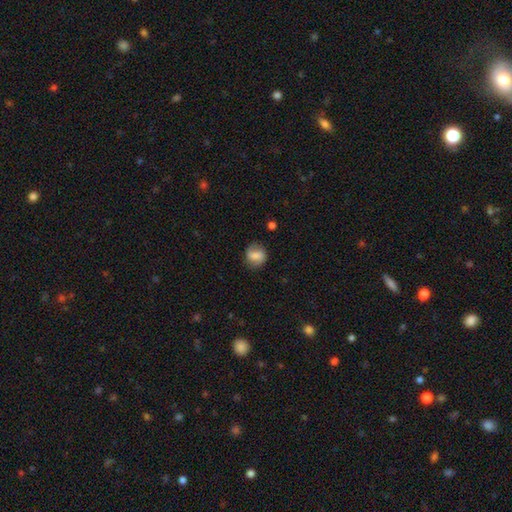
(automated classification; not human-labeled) A smooth galaxy with no disk features (61%) that is round (69%). Merging: none (71%).